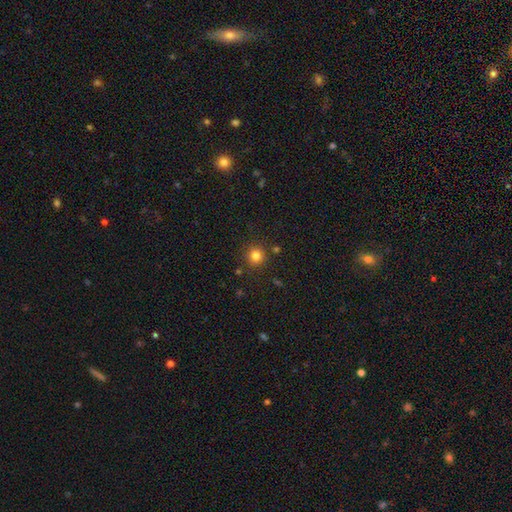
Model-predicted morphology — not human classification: Smooth or featured?
  - smooth: 81% *
  - star or artifact: 14%
  - featured or disk: 5%
How rounded?
  - round: 93% *
  - in between: 6%
  - cigar-shaped: 1%
Merging?
  - none: 87% *
  - minor disturbance: 7%
  - merger: 3%
  - major disturbance: 2%